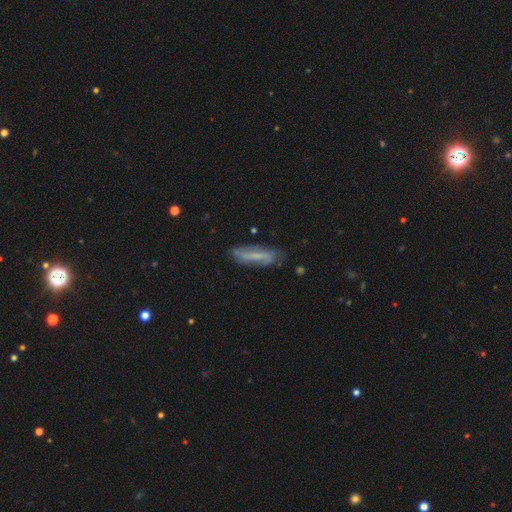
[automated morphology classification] The model was most divided on "smooth or featured": featured or disk: 56%, smooth: 36%, star or artifact: 8%. More confident: merging — none (70%); edge-on disk — no (66%).